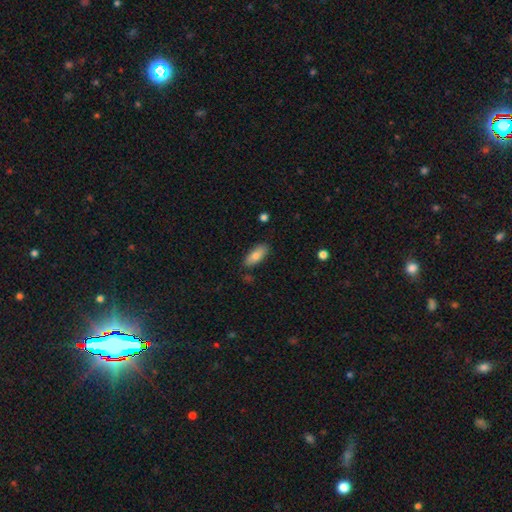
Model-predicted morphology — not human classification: A smooth galaxy with no disk features (78%) that is in between round and cigar-shaped (81%). Merging: none (83%).